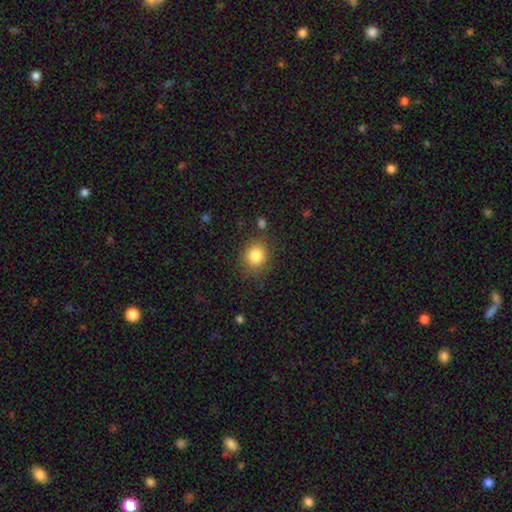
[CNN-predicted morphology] This is clearly a smooth galaxy (83%). How rounded: likely round (76%). Merging: clearly none (82%).